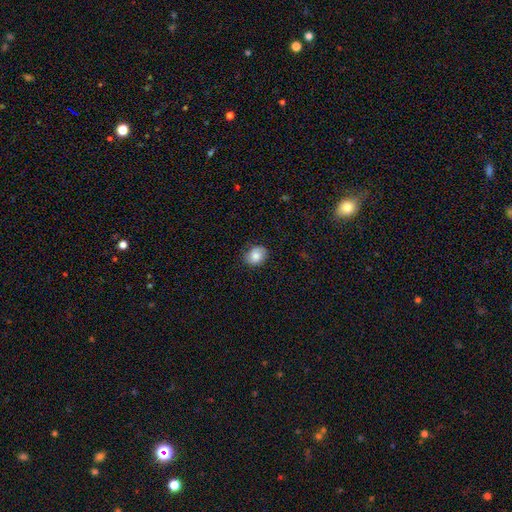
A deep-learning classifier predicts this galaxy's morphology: Smooth or featured? Predicted: smooth (p=0.82). How rounded? Predicted: in between (p=0.50). Merging? Predicted: none (p=0.81).